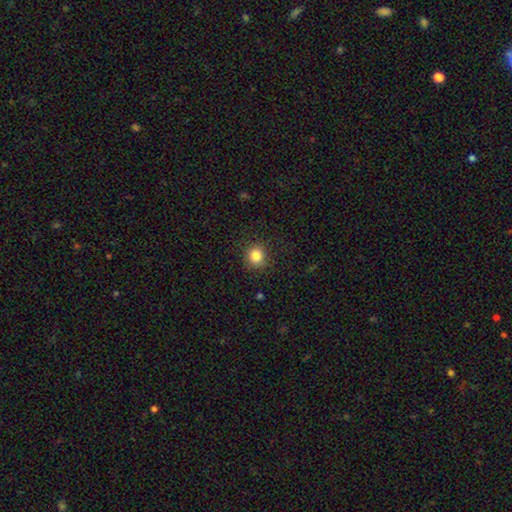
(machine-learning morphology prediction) type=smooth (84%); roundness=round (88%); merging=none (88%).